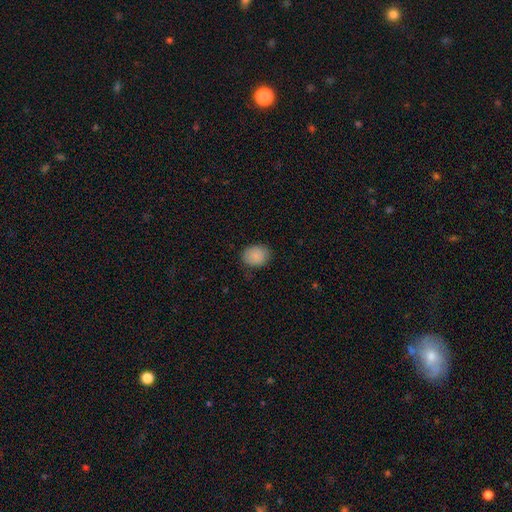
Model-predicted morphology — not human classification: The model was most divided on "how rounded": round: 52%, in between: 47%, cigar-shaped: 1%. More confident: smooth or featured — smooth (88%); merging — none (81%).